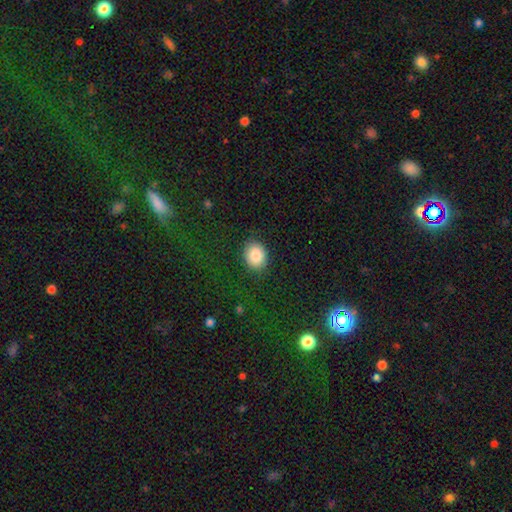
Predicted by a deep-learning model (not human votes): Smooth or featured? Predicted: smooth (p=0.86). How rounded? Predicted: round (p=0.60). Merging? Predicted: none (p=0.87).